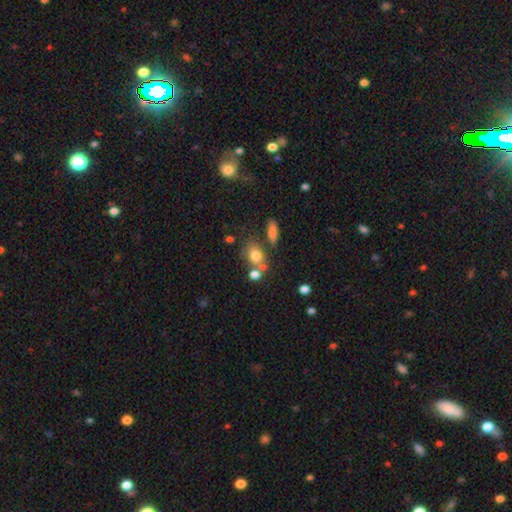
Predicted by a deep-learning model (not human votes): A smooth galaxy with no disk features (74%) that is round (50%).

Vote fractions:
- Smooth or featured? smooth: 74% / featured or disk: 13% / star or artifact: 13%
- How rounded? round: 50% / in between: 48% / cigar-shaped: 3%
- Merging? none: 53% / merger: 28% / minor disturbance: 13% / major disturbance: 6%